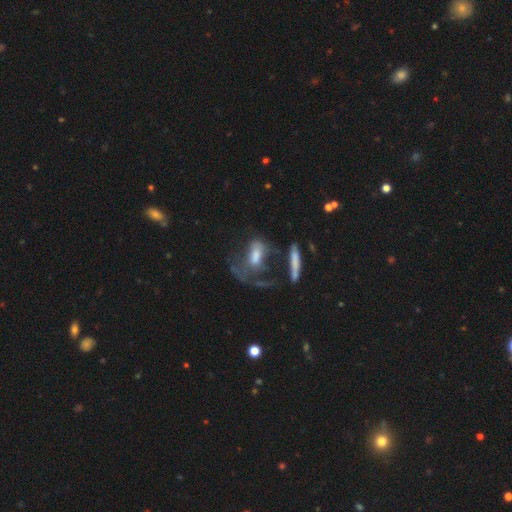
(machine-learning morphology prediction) featured or disk 48%, smooth 39%, star or artifact 13%. Down the decision tree: merging — major disturbance (46%).